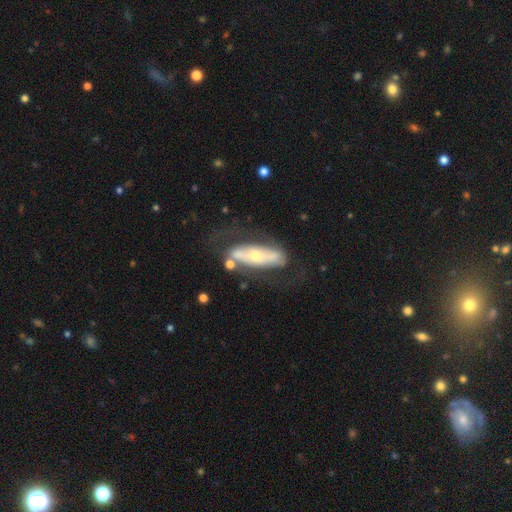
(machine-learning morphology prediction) featured or disk 63%, smooth 31%, star or artifact 6%. Down the decision tree: edge-on disk — no (73%); merging — none (60%).